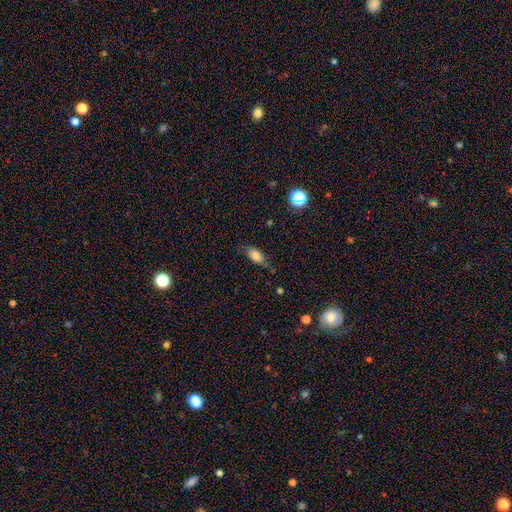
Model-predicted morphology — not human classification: Smooth or featured? smooth (75%)
How rounded? in between (82%)
Merging? none (62%)